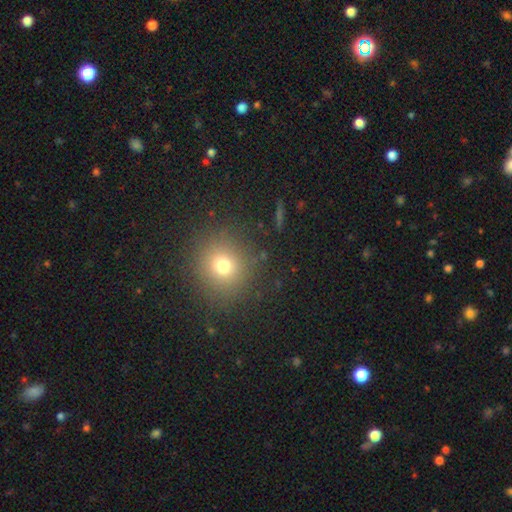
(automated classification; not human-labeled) Morphology: type=smooth (62%); roundness=round (92%); merging=none (92%).